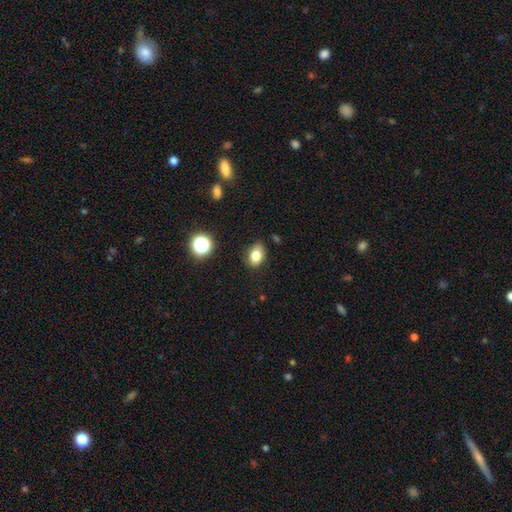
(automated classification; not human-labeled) This appears to be a smooth galaxy with no disk features (81%) that is in between round and cigar-shaped (75%). Merging: none (81%).